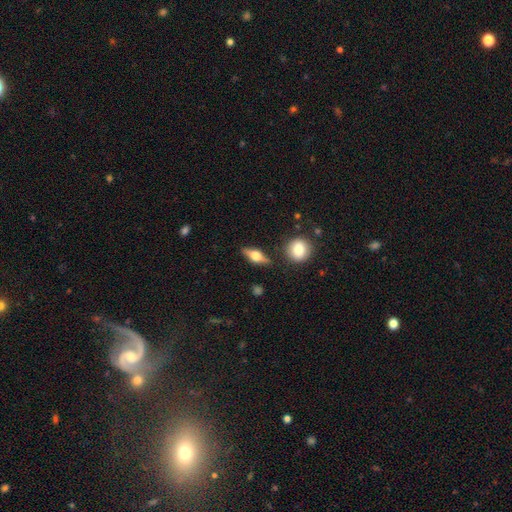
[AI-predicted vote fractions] A featured or disk galaxy (56%) viewed edge-on (92%) with a rounded central bulge (95%). Merging: none (84%).